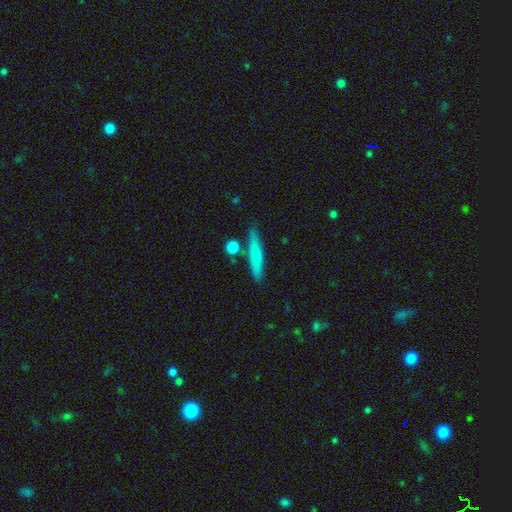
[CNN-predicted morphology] This appears to be a smooth galaxy with no disk features (68%) that is cigar-shaped (90%). Merging: none (79%).